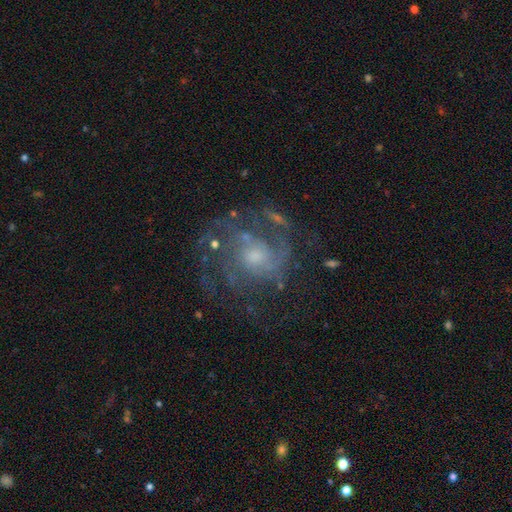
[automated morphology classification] smooth-or-featured: featured or disk: 81% | smooth: 10% | star or artifact: 9%
  disk-edge-on: no: 98% | yes: 2%
    bar: no: 70% | weak: 26% | strong: 4%
    has-spiral-arms: yes: 92% | no: 8%
      spiral-winding: medium: 43% | tight: 41% | loose: 16%
      spiral-arm-count: can't tell: 28% | 3: 25% | 2: 24% | 4: 10% | 1: 7% | more than 4: 6%
    bulge-size: moderate: 45% | small: 42% | none: 7% | large: 5% | dominant: 1%
  merging: none: 63% | major disturbance: 17% | minor disturbance: 17% | merger: 3%